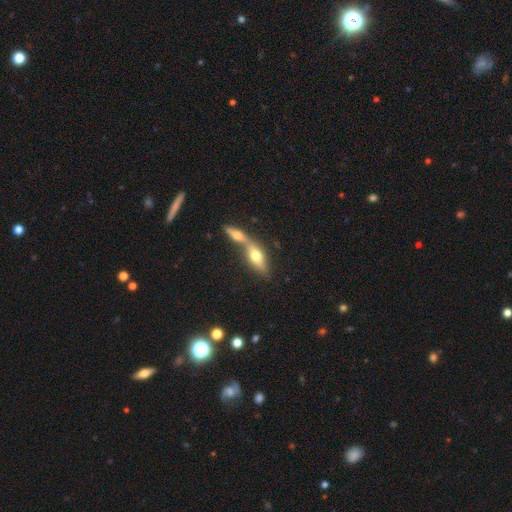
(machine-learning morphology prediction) Q: Smooth or featured?
A: smooth (57%); runner-up: featured or disk (35%)
Q: How rounded?
A: in between (67%); runner-up: cigar-shaped (29%)
Q: Merging?
A: merger (62%); runner-up: none (29%)